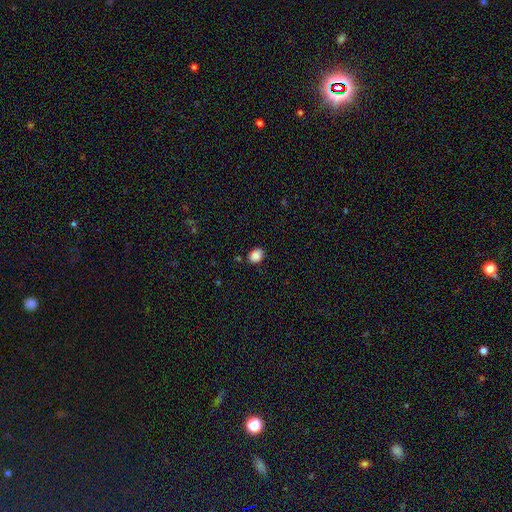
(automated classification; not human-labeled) Q: Smooth or featured?
A: smooth (86%); runner-up: star or artifact (10%)
Q: How rounded?
A: in between (53%); runner-up: round (46%)
Q: Merging?
A: none (83%); runner-up: minor disturbance (12%)